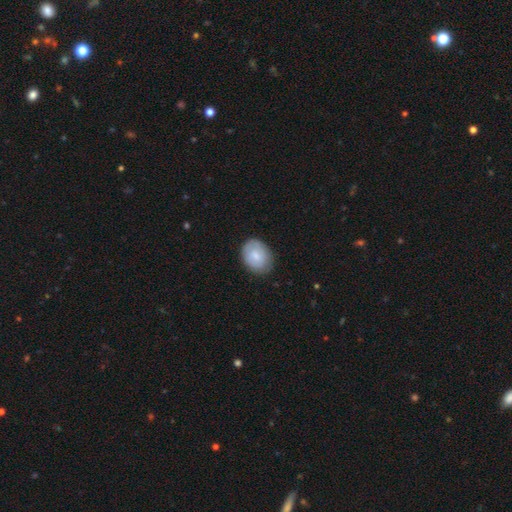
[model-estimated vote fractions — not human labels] This is likely a smooth galaxy (74%). How rounded: likely in between (62%). Merging: likely none (79%).